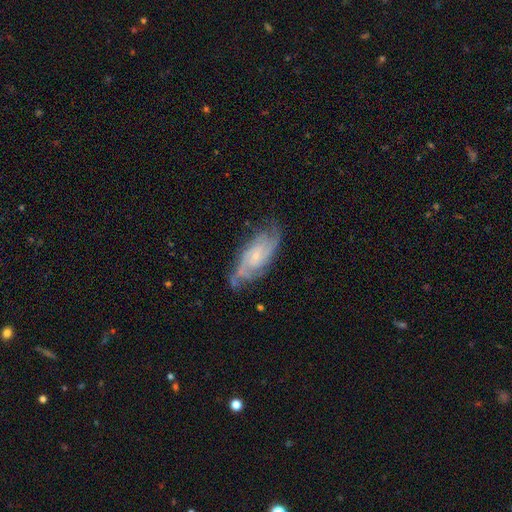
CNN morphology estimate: A featured or disk galaxy (83%) with no bar (60%), 2 (39%) tight (49%) spiral arms (96%) and a small central bulge (68%). Merging: none (72%).